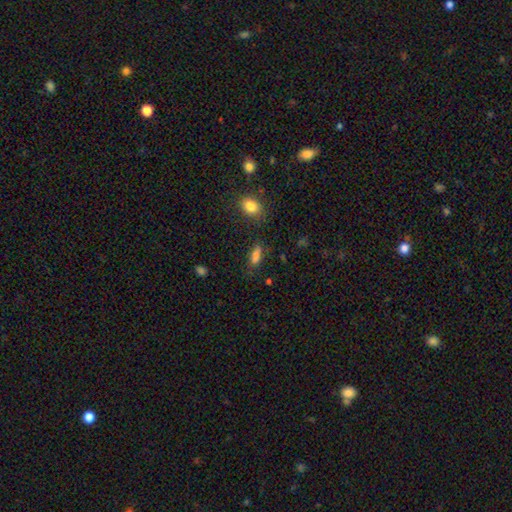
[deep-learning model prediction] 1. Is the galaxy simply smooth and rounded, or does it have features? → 81% smooth, 11% star or artifact, 8% featured or disk.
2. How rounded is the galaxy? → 62% in between, 34% cigar-shaped, 4% round.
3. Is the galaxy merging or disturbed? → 74% none, 17% minor disturbance, 5% major disturbance, 3% merger.